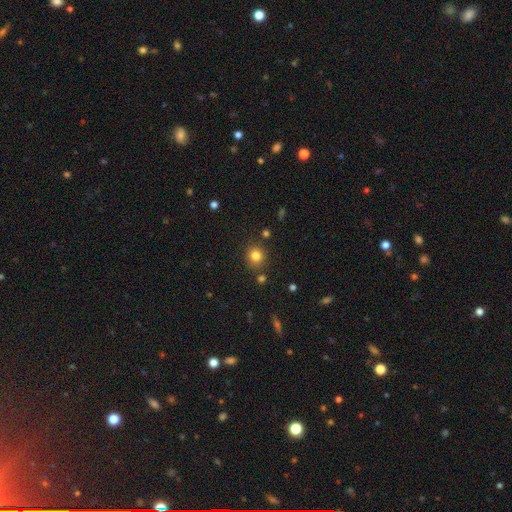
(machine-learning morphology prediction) Smooth or featured? Predicted: smooth (p=0.81). How rounded? Predicted: round (p=0.86). Merging? Predicted: none (p=0.82).